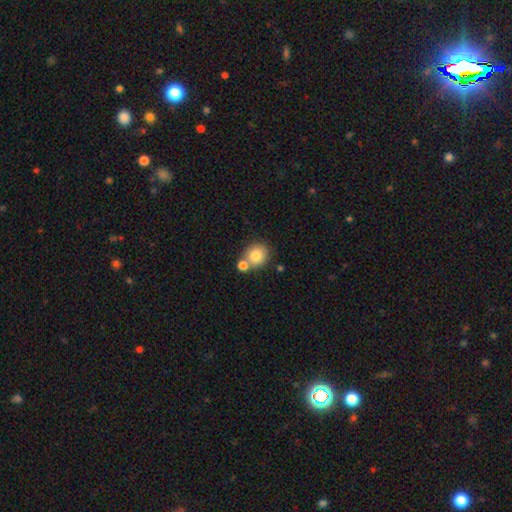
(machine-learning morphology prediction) smooth_or_featured: smooth (p=0.81) [alt: star or artifact p=0.09]
how_rounded: round (p=0.83) [alt: in between p=0.16]
merging: none (p=0.59) [alt: merger p=0.29]